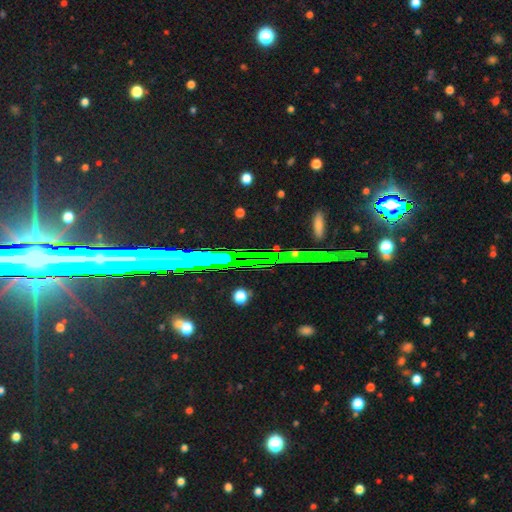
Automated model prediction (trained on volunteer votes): Smooth or featured: star or artifact — 69% (smooth — 17%)